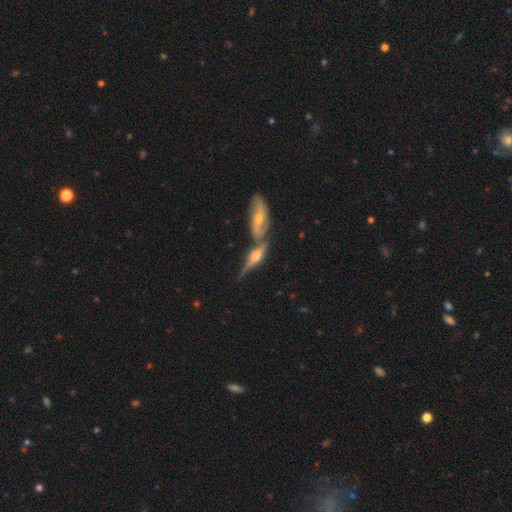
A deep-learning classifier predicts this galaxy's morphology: This is likely a featured or disk galaxy (77%). It is clearly viewed edge-on (92%). Edge-on bulge: clearly rounded (91%). Merging: possibly none (49%).